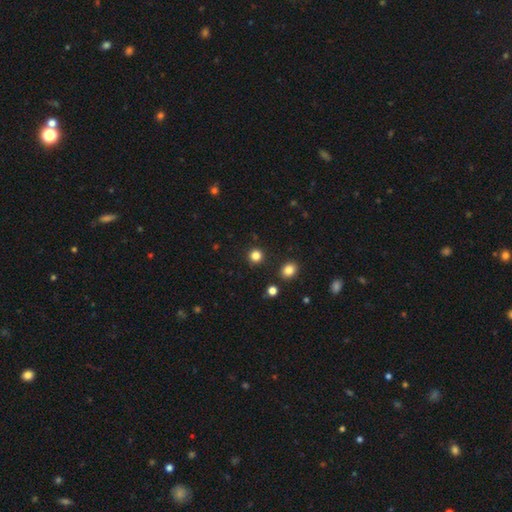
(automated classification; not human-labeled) Smooth or featured?
  - smooth: 83% *
  - star or artifact: 13%
  - featured or disk: 4%
How rounded?
  - round: 93% *
  - in between: 6%
  - cigar-shaped: 1%
Merging?
  - none: 91% *
  - minor disturbance: 5%
  - merger: 2%
  - major disturbance: 2%